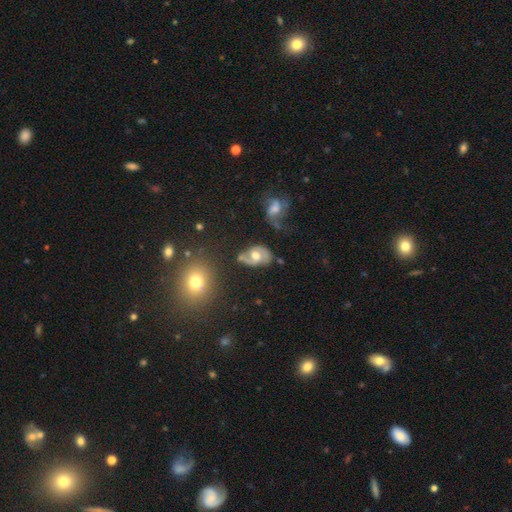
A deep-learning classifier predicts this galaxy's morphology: featured or disk 69%, smooth 23%, star or artifact 8%. Down the decision tree: edge-on disk — no (96%); bar — no (64%); spiral arms — yes (79%); spiral arm count — 2 (79%); spiral winding — medium (46%); bulge size — moderate (69%); merging — none (56%).